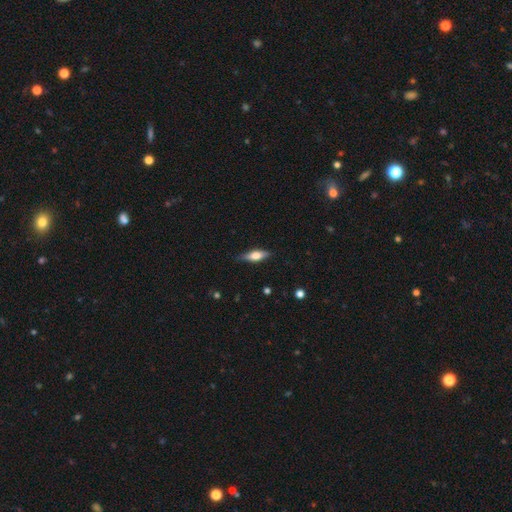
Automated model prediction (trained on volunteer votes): This appears to be a smooth galaxy with no disk features (53%) that is in between round and cigar-shaped (52%). Merging: none (82%).